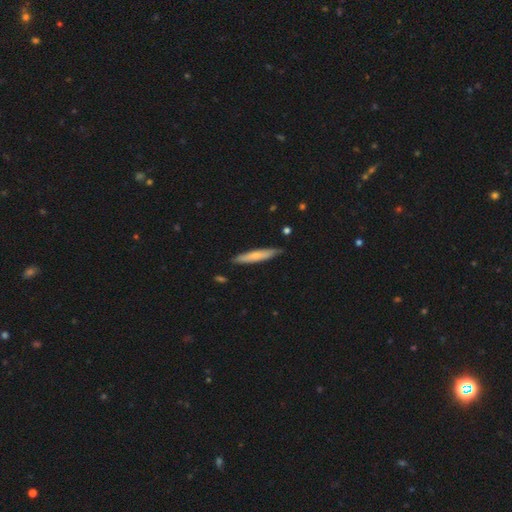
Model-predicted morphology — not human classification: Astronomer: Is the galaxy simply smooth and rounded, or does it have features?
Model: smooth — 67%.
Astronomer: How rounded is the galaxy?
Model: cigar-shaped — 91%.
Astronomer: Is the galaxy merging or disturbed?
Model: none — 85%.